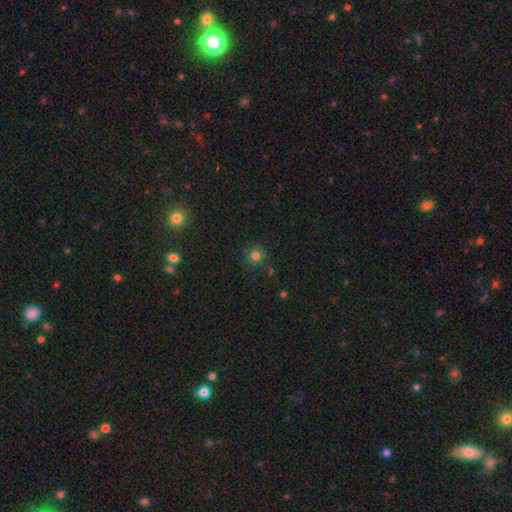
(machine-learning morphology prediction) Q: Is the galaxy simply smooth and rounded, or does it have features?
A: smooth — 76%.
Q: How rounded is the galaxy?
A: round — 93%.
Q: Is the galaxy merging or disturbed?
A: none — 84%.